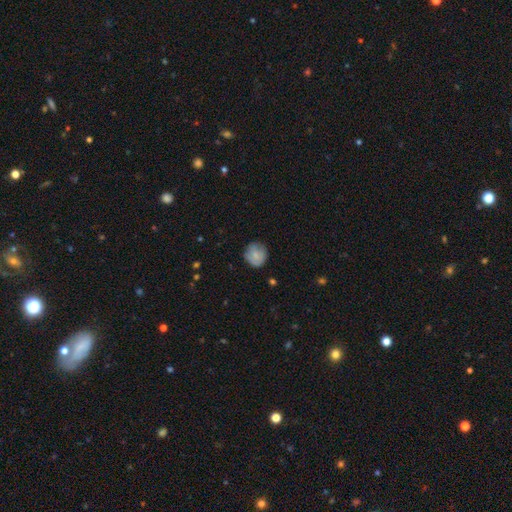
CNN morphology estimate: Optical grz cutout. It shows a smooth galaxy with no disk features (77%) that is round (84%). Merging: none (74%).